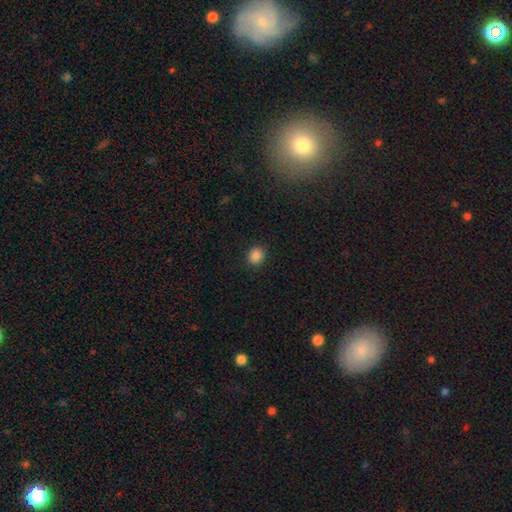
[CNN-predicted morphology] This appears to be a smooth galaxy with no disk features (87%) that is round (72%). Merging: none (90%).